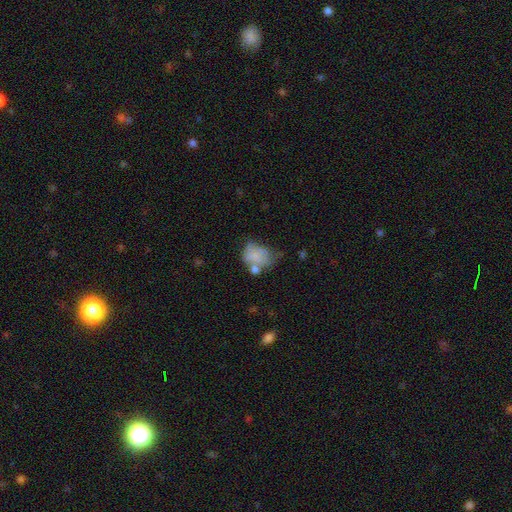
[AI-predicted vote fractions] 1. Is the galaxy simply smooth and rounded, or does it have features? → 68% smooth, 22% featured or disk, 10% star or artifact.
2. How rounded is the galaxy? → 60% in between, 38% round, 1% cigar-shaped.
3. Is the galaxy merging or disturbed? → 30% minor disturbance, 26% none, 25% major disturbance, 19% merger.